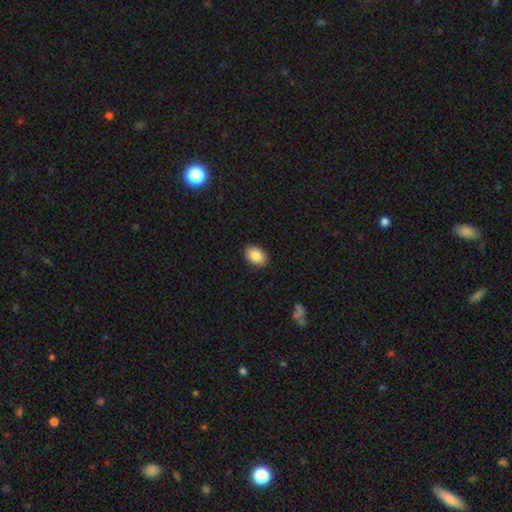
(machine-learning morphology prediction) Smooth or featured: smooth — 86% (featured or disk — 7%)
How rounded: in between — 86% (round — 12%)
Merging: none — 87% (minor disturbance — 10%)